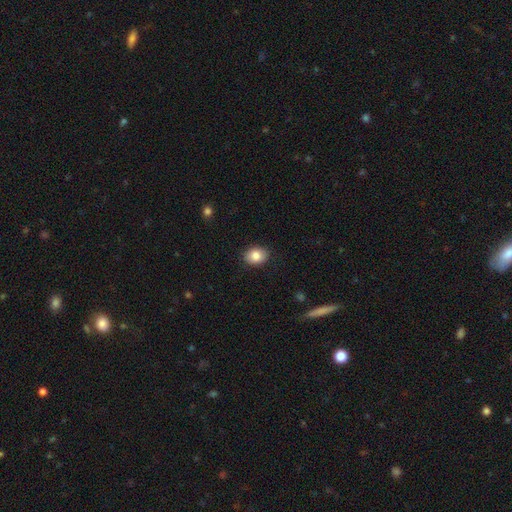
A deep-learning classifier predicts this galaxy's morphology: Smooth or featured? smooth (86%)
How rounded? in between (61%)
Merging? none (87%)